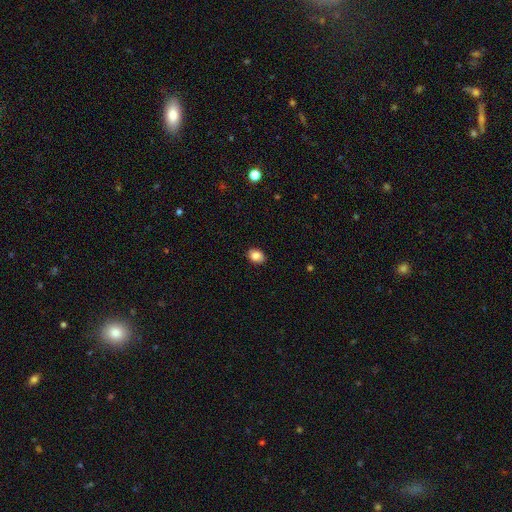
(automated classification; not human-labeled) A smooth galaxy with no disk features (84%) that is in between round and cigar-shaped (65%). Merging: none (87%).